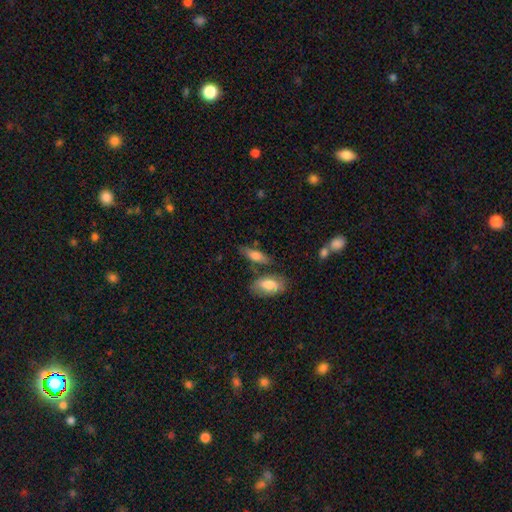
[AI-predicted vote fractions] The model was most divided on "how rounded": in between: 66%, cigar-shaped: 30%, round: 3%. More confident: smooth or featured — smooth (74%); merging — none (66%).